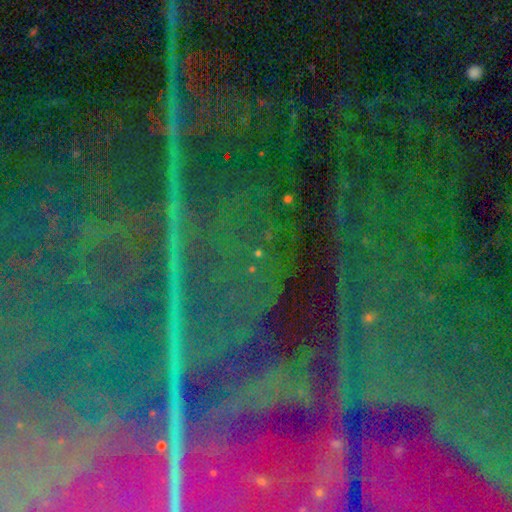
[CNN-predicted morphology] Smooth or featured: star or artifact — 88% (featured or disk — 7%)